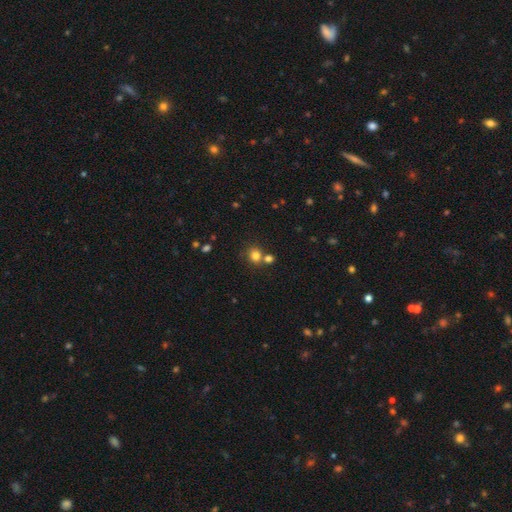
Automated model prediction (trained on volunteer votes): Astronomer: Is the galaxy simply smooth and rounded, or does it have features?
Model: smooth — 79%.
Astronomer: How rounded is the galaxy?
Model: round — 81%.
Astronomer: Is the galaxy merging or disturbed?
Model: none — 61%.